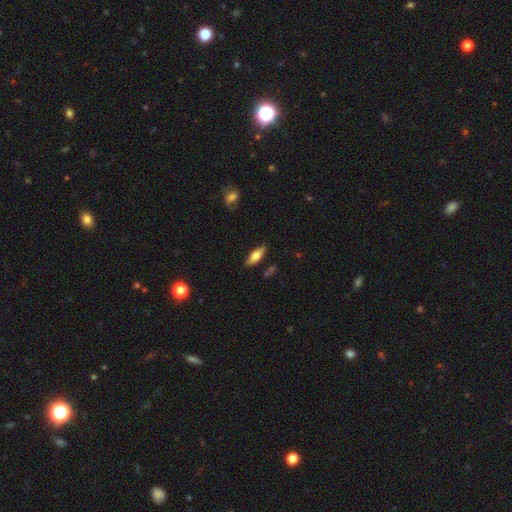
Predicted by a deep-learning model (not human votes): Smooth or featured? Predicted: smooth (p=0.60). How rounded? Predicted: in between (p=0.62). Merging? Predicted: none (p=0.86).